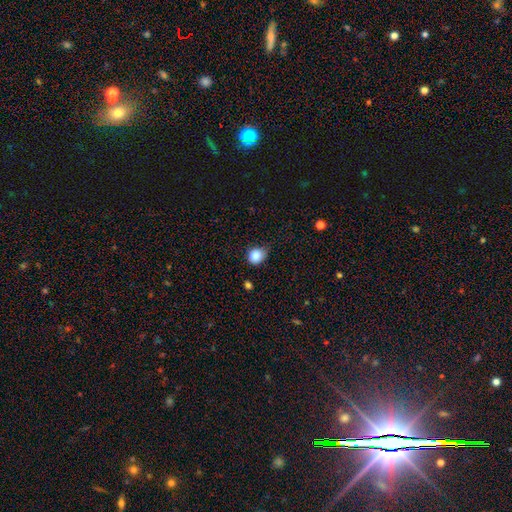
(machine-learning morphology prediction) Q: Smooth or featured?
A: smooth (85%); runner-up: star or artifact (10%)
Q: How rounded?
A: round (80%); runner-up: in between (19%)
Q: Merging?
A: none (62%); runner-up: minor disturbance (31%)